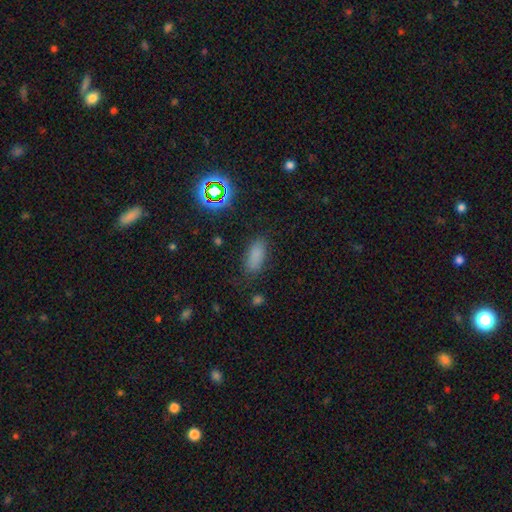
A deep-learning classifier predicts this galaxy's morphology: smooth_or_featured: smooth (p=0.78) [alt: star or artifact p=0.16]
how_rounded: in between (p=0.83) [alt: cigar-shaped p=0.13]
merging: none (p=0.78) [alt: minor disturbance p=0.15]